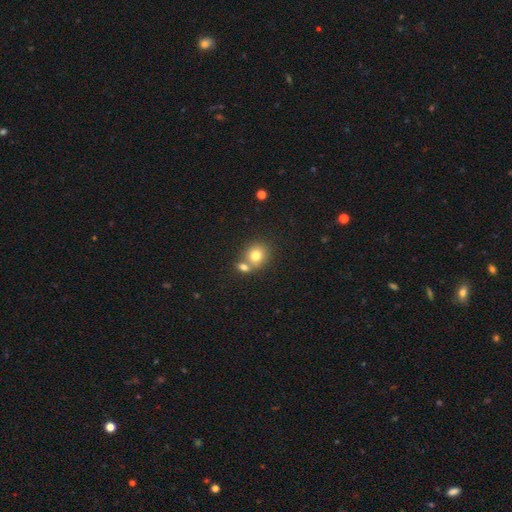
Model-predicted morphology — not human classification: Smooth or featured?
  - smooth: 77% *
  - featured or disk: 12%
  - star or artifact: 12%
How rounded?
  - round: 78% *
  - in between: 22%
  - cigar-shaped: 1%
Merging?
  - none: 49% *
  - merger: 40%
  - minor disturbance: 8%
  - major disturbance: 3%